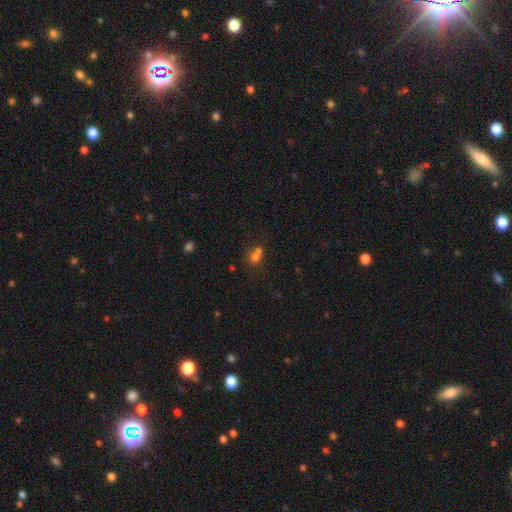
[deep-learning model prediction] This appears to be a smooth galaxy with no disk features (67%) that is round (71%). Merging: merger (58%).